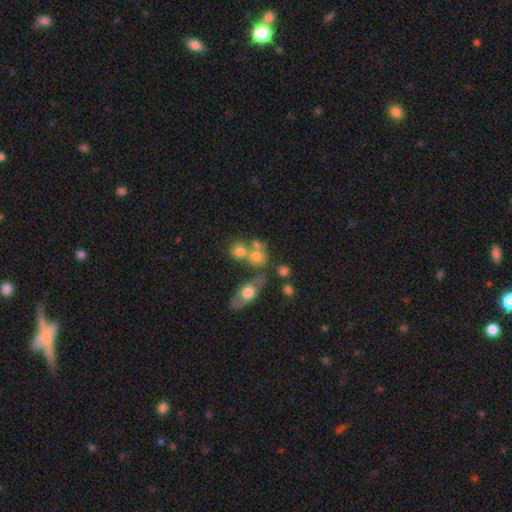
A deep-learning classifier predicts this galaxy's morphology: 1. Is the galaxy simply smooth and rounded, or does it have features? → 65% smooth, 21% featured or disk, 14% star or artifact.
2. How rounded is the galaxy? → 62% round, 35% in between, 3% cigar-shaped.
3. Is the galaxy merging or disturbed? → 42% none, 41% merger, 11% minor disturbance, 6% major disturbance.